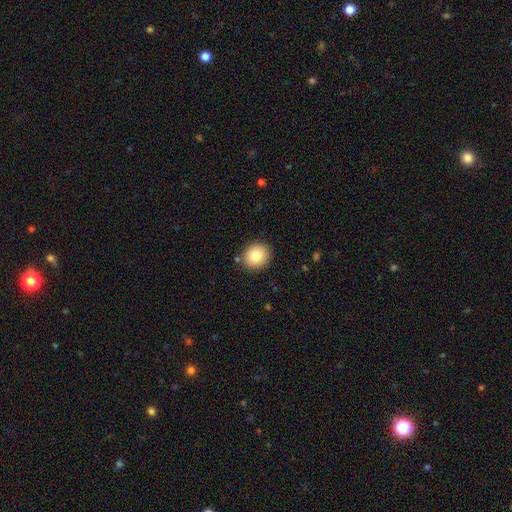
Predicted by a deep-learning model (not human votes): Q: Smooth or featured?
A: smooth (81%); runner-up: featured or disk (10%)
Q: How rounded?
A: round (82%); runner-up: in between (17%)
Q: Merging?
A: none (87%); runner-up: minor disturbance (8%)